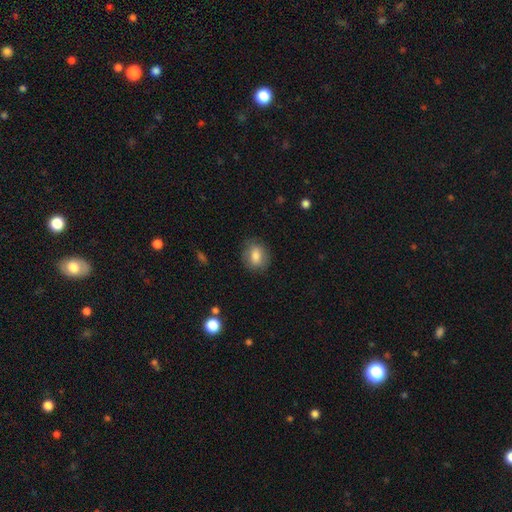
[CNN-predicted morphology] type=smooth (79%); roundness=round (50%); merging=none (81%).